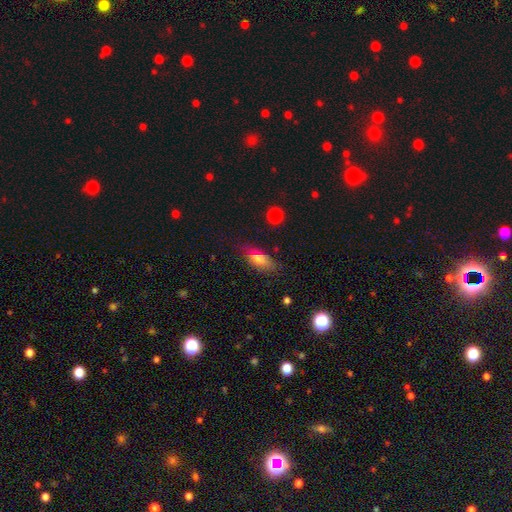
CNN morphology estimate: A smooth galaxy with no disk features (64%) that is in between round and cigar-shaped (70%).

Vote fractions:
- Smooth or featured? smooth: 64% / featured or disk: 24% / star or artifact: 13%
- How rounded? in between: 70% / cigar-shaped: 25% / round: 6%
- Merging? none: 77% / minor disturbance: 17% / major disturbance: 4% / merger: 2%